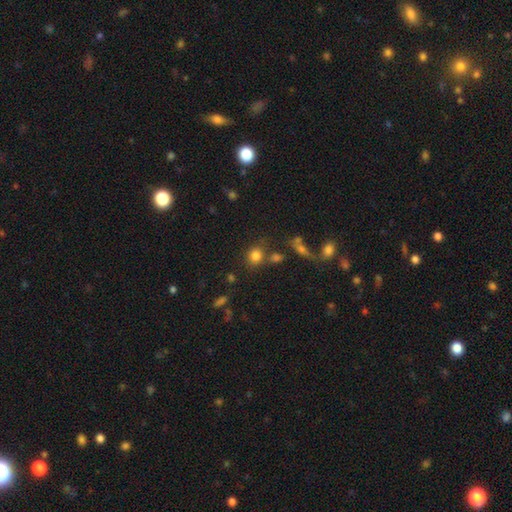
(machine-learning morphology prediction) A smooth galaxy with no disk features (80%) that is round (74%). Merging: none (64%).